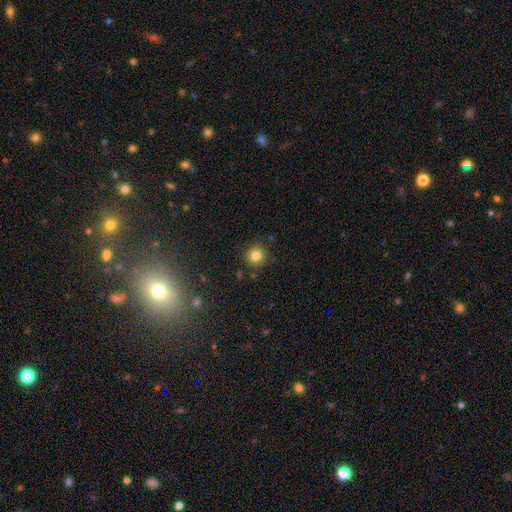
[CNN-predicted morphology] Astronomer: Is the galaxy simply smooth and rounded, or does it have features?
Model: smooth — 81%.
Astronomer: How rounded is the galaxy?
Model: round — 93%.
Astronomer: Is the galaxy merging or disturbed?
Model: none — 88%.